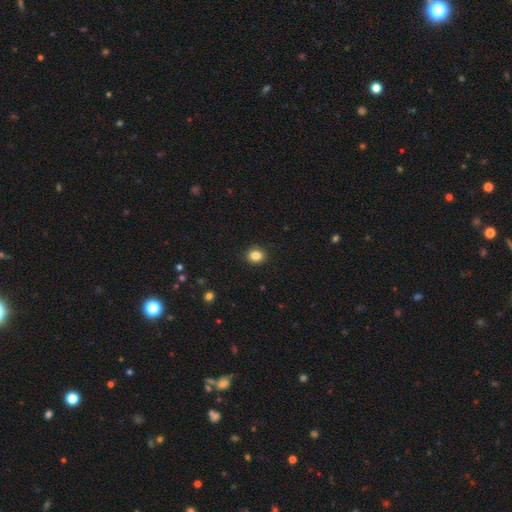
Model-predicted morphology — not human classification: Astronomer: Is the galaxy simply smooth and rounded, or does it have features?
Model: smooth — 85%.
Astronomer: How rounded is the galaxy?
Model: round — 71%.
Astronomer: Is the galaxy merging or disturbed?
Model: none — 92%.